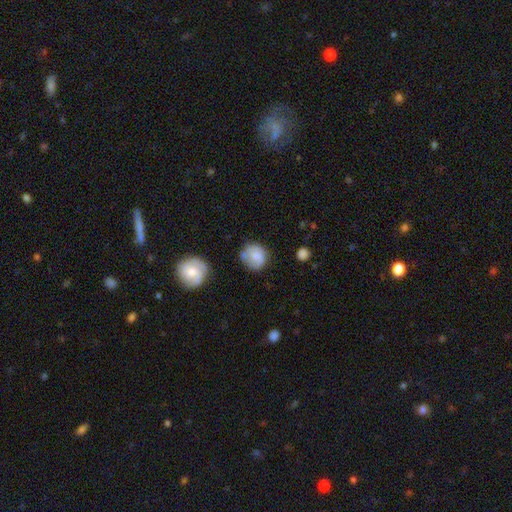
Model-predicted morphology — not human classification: type=smooth (67%); roundness=round (81%); merging=none (62%).